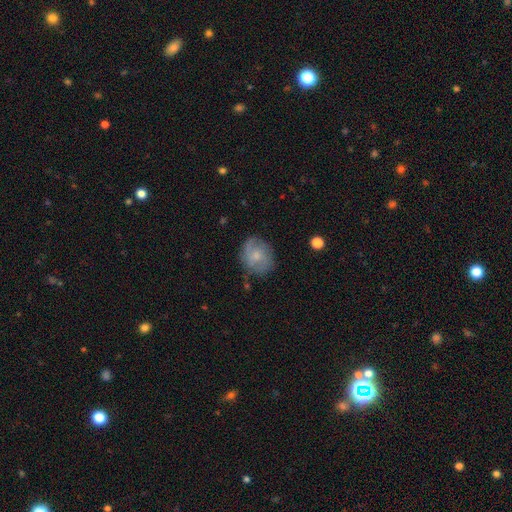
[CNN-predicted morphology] smooth_or_featured: smooth (p=0.53) [alt: featured or disk p=0.39]
how_rounded: round (p=0.64) [alt: in between p=0.35]
merging: none (p=0.69) [alt: minor disturbance p=0.22]